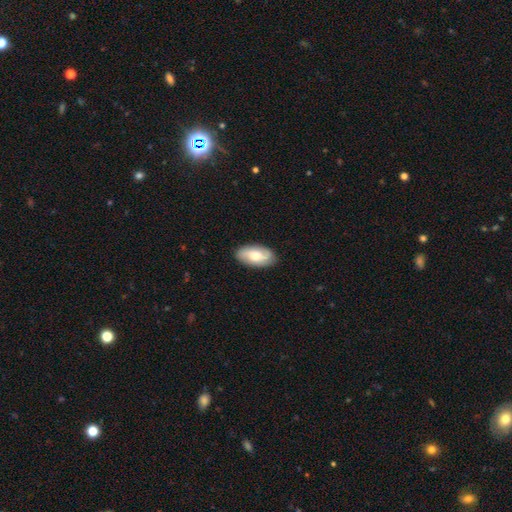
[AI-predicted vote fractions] Smooth or featured? smooth (50%)
Merging? none (86%)